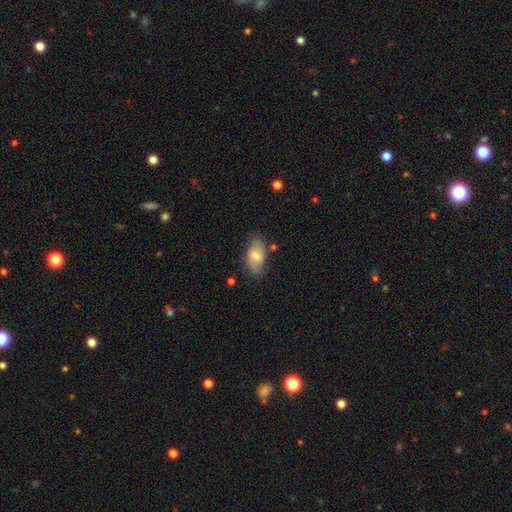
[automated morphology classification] Smooth or featured: smooth — 63% (featured or disk — 30%)
How rounded: in between — 92% (round — 5%)
Merging: none — 72% (minor disturbance — 21%)